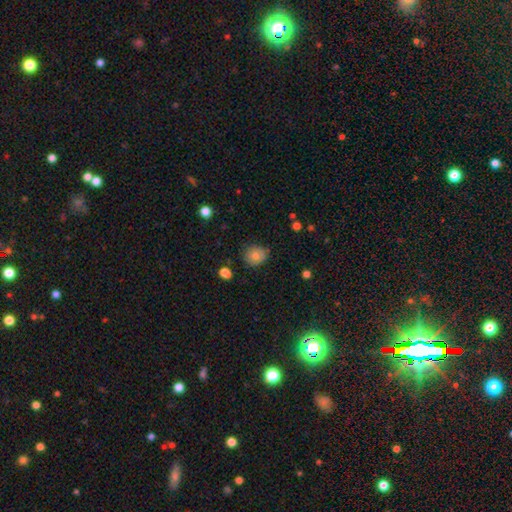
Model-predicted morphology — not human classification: A smooth galaxy with no disk features (78%) that is round (74%). Merging: none (78%).